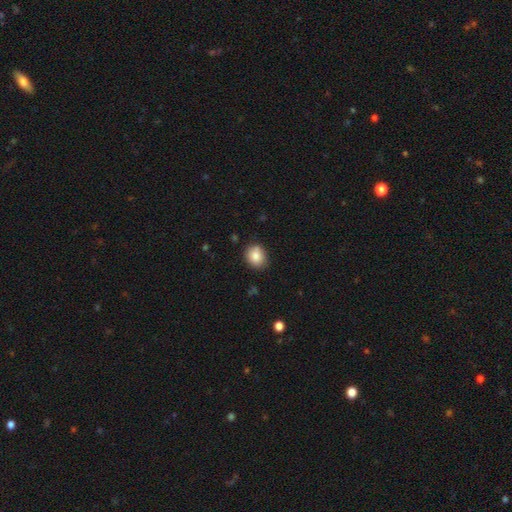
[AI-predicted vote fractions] smooth_or_featured: smooth (p=0.83) [alt: star or artifact p=0.09]
how_rounded: round (p=0.61) [alt: in between p=0.38]
merging: none (p=0.76) [alt: minor disturbance p=0.17]